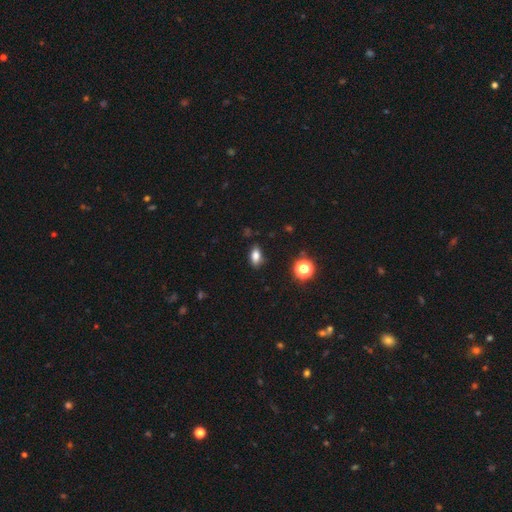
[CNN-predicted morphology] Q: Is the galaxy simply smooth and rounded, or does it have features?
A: smooth — 81%.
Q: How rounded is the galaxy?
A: in between — 84%.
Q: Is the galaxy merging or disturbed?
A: none — 84%.